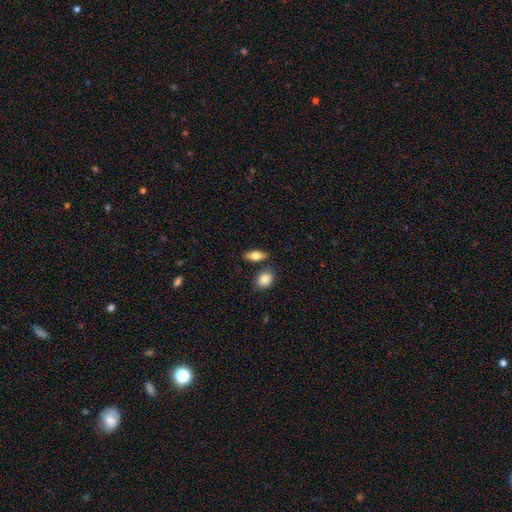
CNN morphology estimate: Q: Smooth or featured?
A: smooth (74%); runner-up: featured or disk (19%)
Q: How rounded?
A: in between (79%); runner-up: cigar-shaped (16%)
Q: Merging?
A: none (77%); runner-up: minor disturbance (11%)